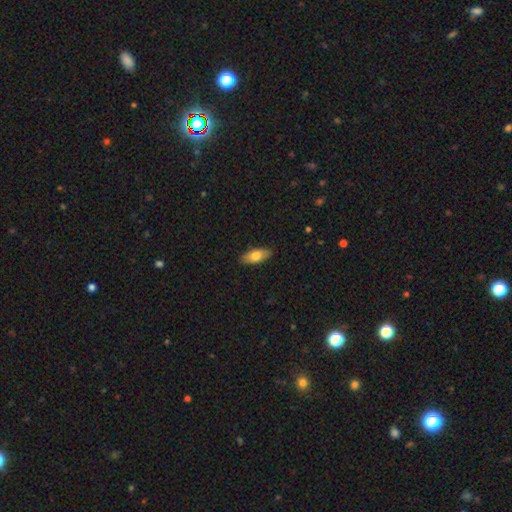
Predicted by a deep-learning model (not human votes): Smooth or featured? smooth (75%)
How rounded? in between (83%)
Merging? none (88%)